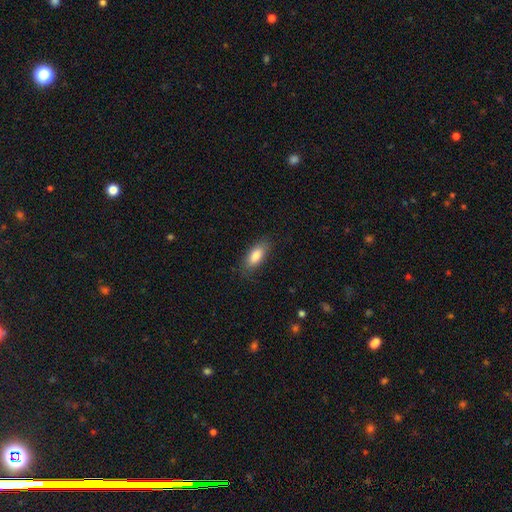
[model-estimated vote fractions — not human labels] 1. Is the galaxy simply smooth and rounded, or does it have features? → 85% smooth, 9% featured or disk, 6% star or artifact.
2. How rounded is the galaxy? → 81% in between, 17% cigar-shaped, 2% round.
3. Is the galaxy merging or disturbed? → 82% none, 13% minor disturbance, 3% major disturbance, 1% merger.